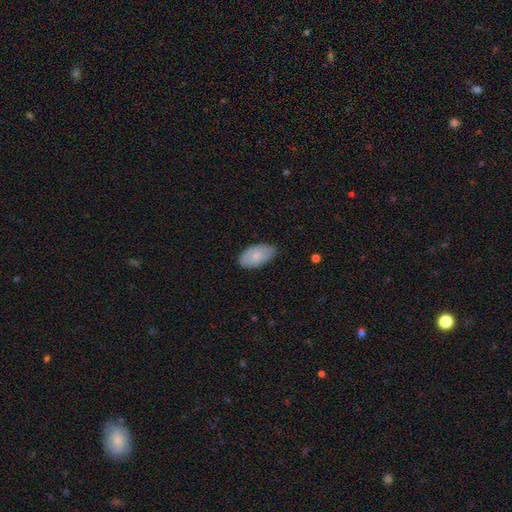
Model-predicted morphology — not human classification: The model was most divided on "merging": none: 75%, minor disturbance: 21%, major disturbance: 3%, merger: 1%. More confident: how rounded — in between (94%); smooth or featured — smooth (76%).